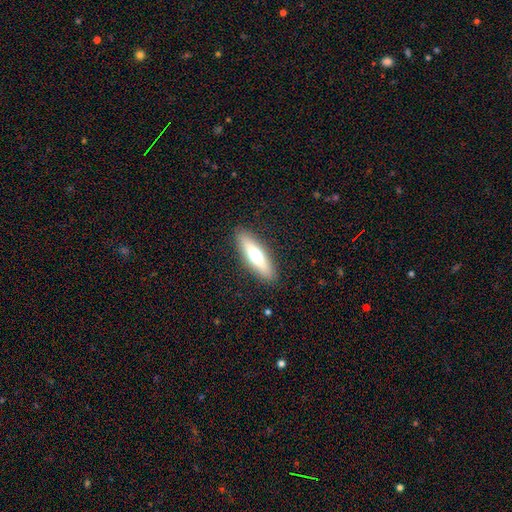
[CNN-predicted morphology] Smooth or featured?
  - smooth: 56% *
  - featured or disk: 38%
  - star or artifact: 6%
How rounded?
  - cigar-shaped: 68% *
  - in between: 30%
  - round: 2%
Merging?
  - none: 90% *
  - minor disturbance: 7%
  - major disturbance: 2%
  - merger: 1%